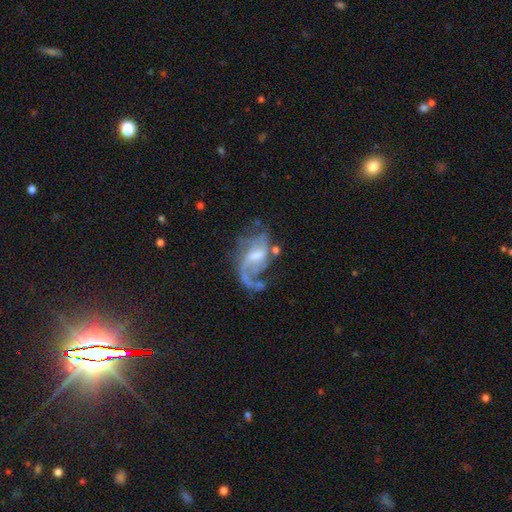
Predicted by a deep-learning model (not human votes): smooth-or-featured: featured or disk: 83% | smooth: 10% | star or artifact: 7%
  disk-edge-on: no: 97% | yes: 3%
    bar: weak: 54% | no: 27% | strong: 18%
    has-spiral-arms: yes: 89% | no: 11%
      spiral-winding: loose: 62% | medium: 30% | tight: 8%
      spiral-arm-count: 1: 44% | 2: 41% | can't tell: 8% | 3: 3% | 4: 2% | more than 4: 2%
    bulge-size: moderate: 42% | small: 38% | none: 14% | large: 6% | dominant: 1%
  merging: none: 37% (tied) | major disturbance: 37% (tied) | minor disturbance: 18% | merger: 8%